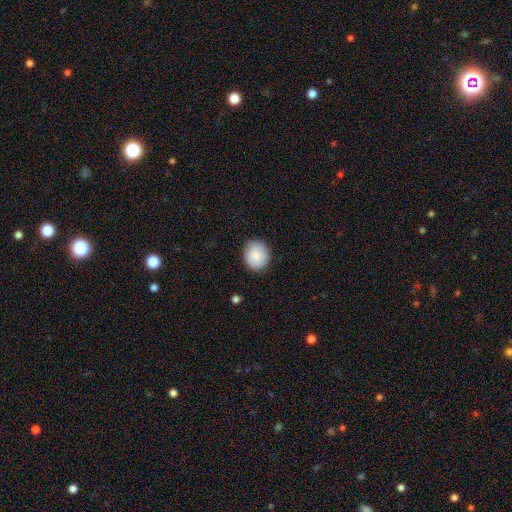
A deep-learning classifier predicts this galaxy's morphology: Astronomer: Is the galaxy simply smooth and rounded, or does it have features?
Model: smooth — 84%.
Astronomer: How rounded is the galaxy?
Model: round — 77%.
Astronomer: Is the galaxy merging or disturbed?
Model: none — 87%.